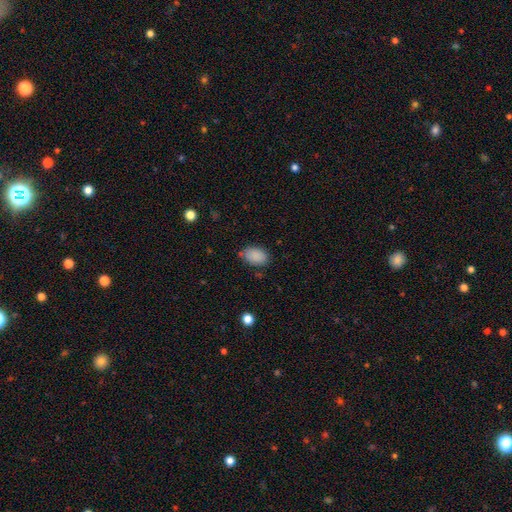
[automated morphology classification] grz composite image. It shows a smooth galaxy with no disk features (88%) that is in between round and cigar-shaped (84%). Merging: none (76%).